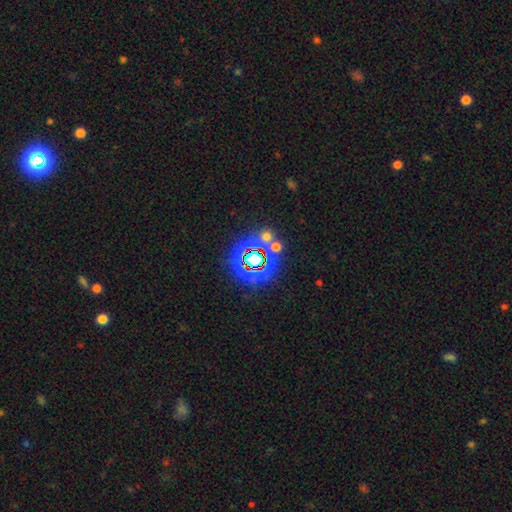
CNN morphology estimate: Smooth or featured? Predicted: star or artifact (p=0.62).